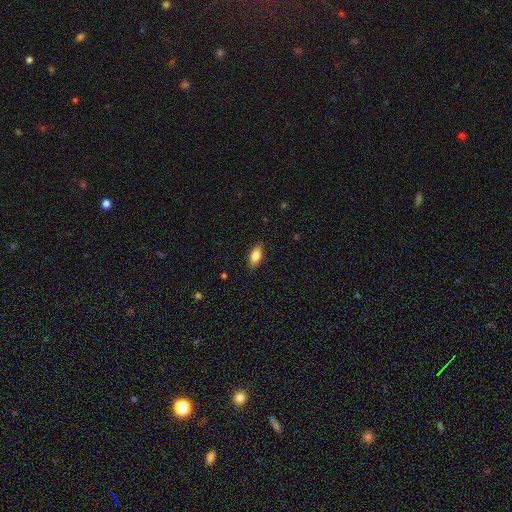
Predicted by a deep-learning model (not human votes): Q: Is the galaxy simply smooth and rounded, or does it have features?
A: smooth — 80%.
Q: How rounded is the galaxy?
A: in between — 85%.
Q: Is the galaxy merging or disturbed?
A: none — 87%.